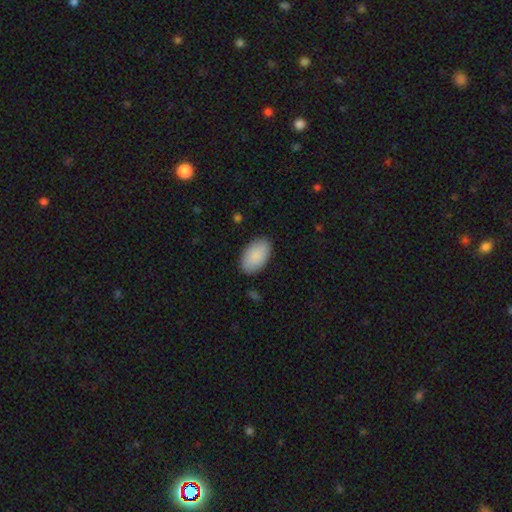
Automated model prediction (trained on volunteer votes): smooth_or_featured: smooth (p=0.89) [alt: star or artifact p=0.05]
how_rounded: in between (p=0.95) [alt: round p=0.04]
merging: none (p=0.88) [alt: minor disturbance p=0.09]